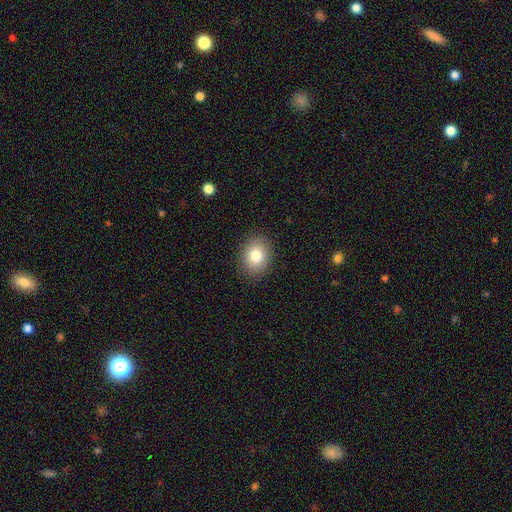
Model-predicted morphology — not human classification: Smooth or featured?
  - smooth: 82% *
  - star or artifact: 9%
  - featured or disk: 9%
How rounded?
  - in between: 53% *
  - round: 47%
  - cigar-shaped: 1%
Merging?
  - none: 88% *
  - minor disturbance: 8%
  - major disturbance: 2%
  - merger: 1%